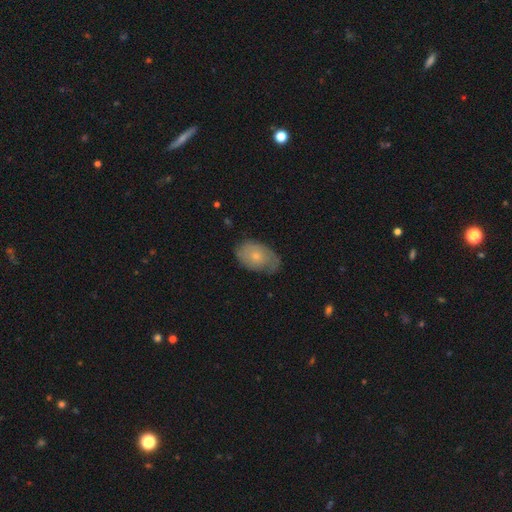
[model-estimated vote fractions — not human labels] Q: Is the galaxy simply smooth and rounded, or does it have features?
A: smooth — 50%.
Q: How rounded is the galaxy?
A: in between — 88%.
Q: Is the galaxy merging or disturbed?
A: none — 63%.